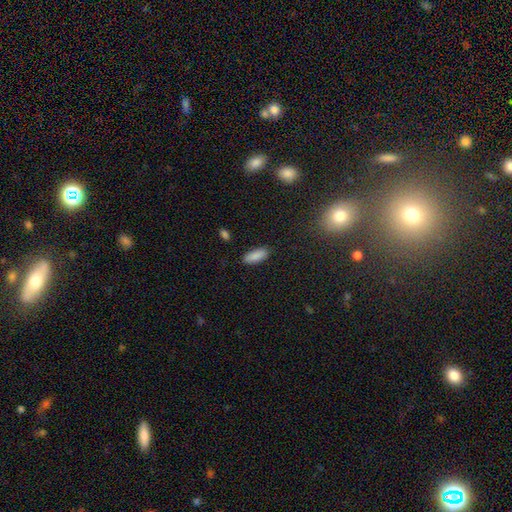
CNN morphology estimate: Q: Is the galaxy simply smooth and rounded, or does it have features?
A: smooth — 88%.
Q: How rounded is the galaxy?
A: in between — 76%.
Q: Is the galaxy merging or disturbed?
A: none — 87%.